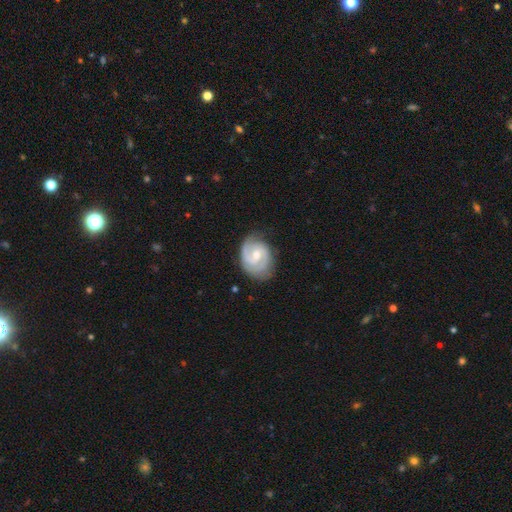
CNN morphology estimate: smooth_or_featured: featured or disk (p=0.84) [alt: smooth p=0.11]
disk_edge_on: no (p=0.98) [alt: yes p=0.02]
bar: weak (p=0.50) [alt: no p=0.42]
has_spiral_arms: yes (p=0.96) [alt: no p=0.04]
spiral_winding: tight (p=0.48) [alt: medium p=0.43]
spiral_arm_count: 2 (p=0.78) [alt: can't tell p=0.08]
bulge_size: moderate (p=0.55) [alt: small p=0.39]
merging: none (p=0.73) [alt: minor disturbance p=0.19]